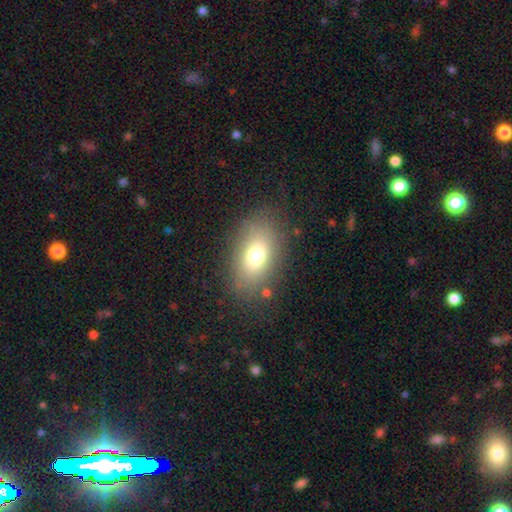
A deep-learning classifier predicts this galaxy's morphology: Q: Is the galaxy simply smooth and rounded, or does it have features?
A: smooth — 72%.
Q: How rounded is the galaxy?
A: in between — 82%.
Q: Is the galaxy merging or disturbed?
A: none — 80%.